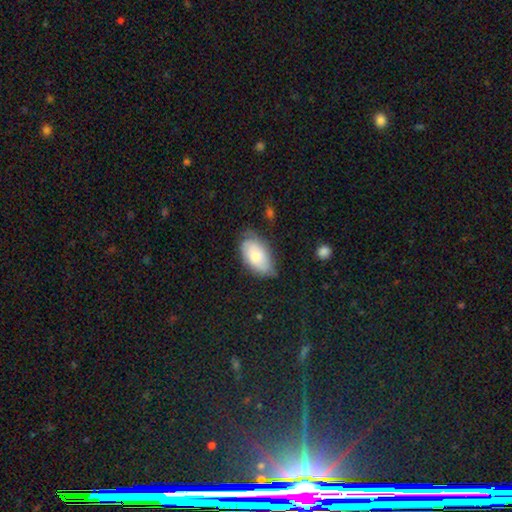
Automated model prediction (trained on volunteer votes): Q: Smooth or featured?
A: smooth (67%); runner-up: featured or disk (26%)
Q: How rounded?
A: in between (94%); runner-up: round (4%)
Q: Merging?
A: none (59%); runner-up: minor disturbance (31%)